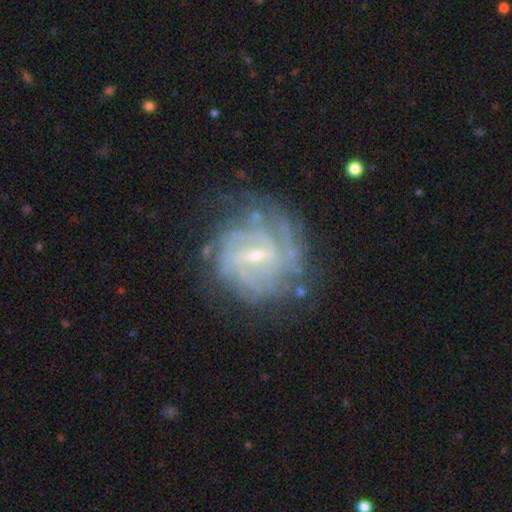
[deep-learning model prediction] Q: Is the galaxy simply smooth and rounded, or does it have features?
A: featured or disk — 82%.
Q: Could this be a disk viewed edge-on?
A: no — 97%.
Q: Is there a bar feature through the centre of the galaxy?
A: weak — 58%.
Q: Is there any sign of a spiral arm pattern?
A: yes — 89%.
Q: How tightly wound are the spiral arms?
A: tight — 63%.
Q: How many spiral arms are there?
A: can't tell — 47%.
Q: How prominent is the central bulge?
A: small — 68%.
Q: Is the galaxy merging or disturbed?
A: none — 66%.